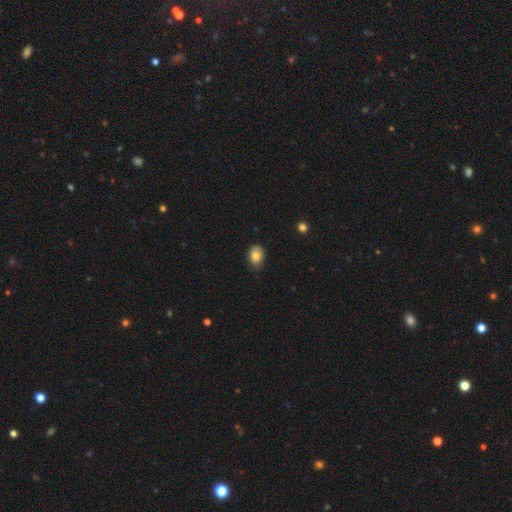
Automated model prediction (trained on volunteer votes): A smooth galaxy with no disk features (79%) that is in between round and cigar-shaped (68%). Merging: none (70%).